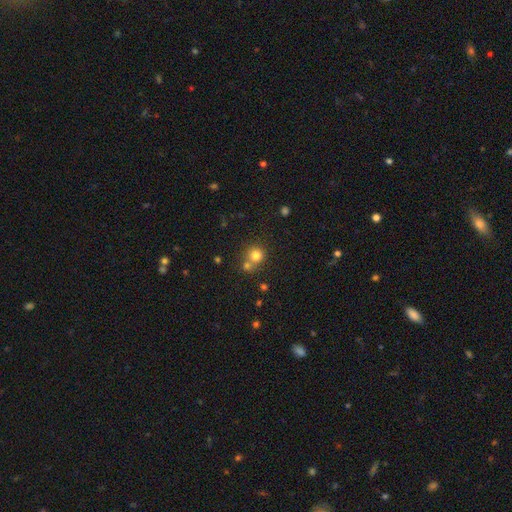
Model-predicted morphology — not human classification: Overall: smooth (78%). How rounded: round (90%). Merging: none (55%; merger 34%).